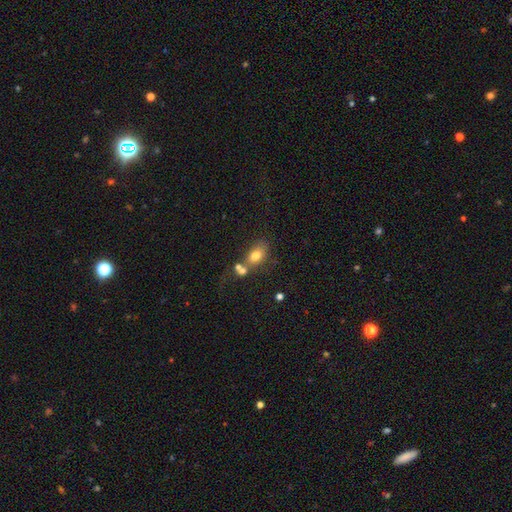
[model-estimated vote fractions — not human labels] Smooth or featured? Predicted: smooth (p=0.74). How rounded? Predicted: in between (p=0.77). Merging? Predicted: none (p=0.45).